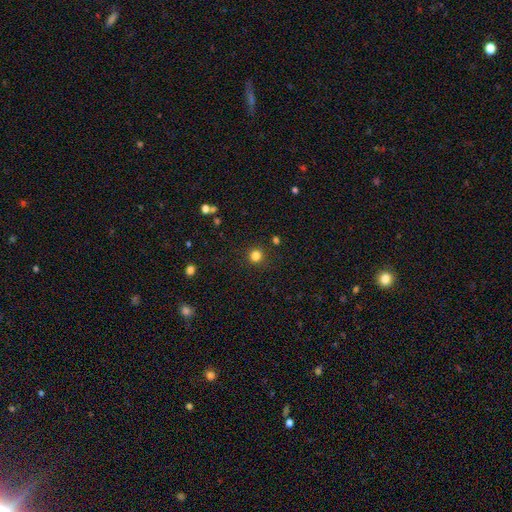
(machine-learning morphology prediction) Overall: smooth (82%). How rounded: round (92%). Merging: none (89%).